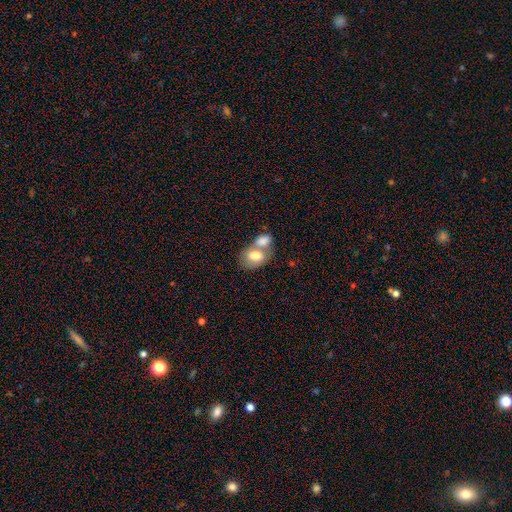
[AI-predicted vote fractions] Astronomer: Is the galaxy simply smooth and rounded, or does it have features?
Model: smooth — 73%.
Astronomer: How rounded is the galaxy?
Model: in between — 78%.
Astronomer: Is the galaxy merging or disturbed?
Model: merger — 64%.